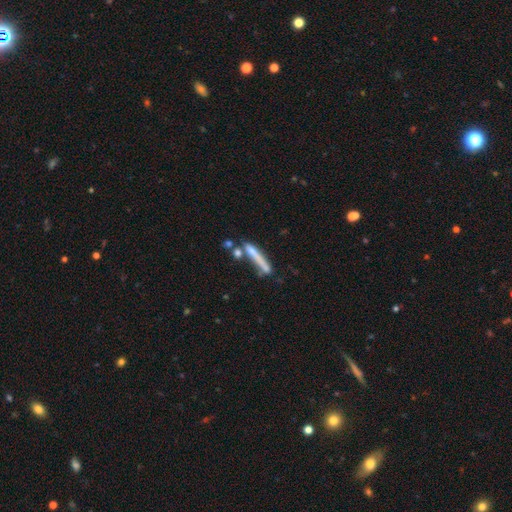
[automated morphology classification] The model was most divided on "smooth or featured": smooth: 55%, featured or disk: 35%, star or artifact: 10%. Remaining: how rounded — cigar-shaped (91%); merging — none (50%).